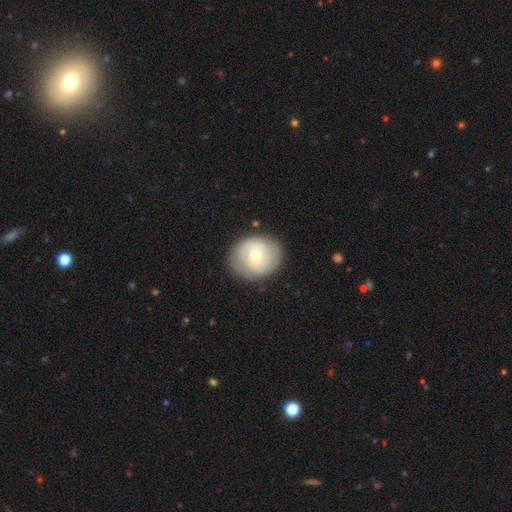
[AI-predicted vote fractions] This is possibly a featured or disk galaxy (51%). It is clearly not viewed edge-on (96%). Merging: clearly none (82%).